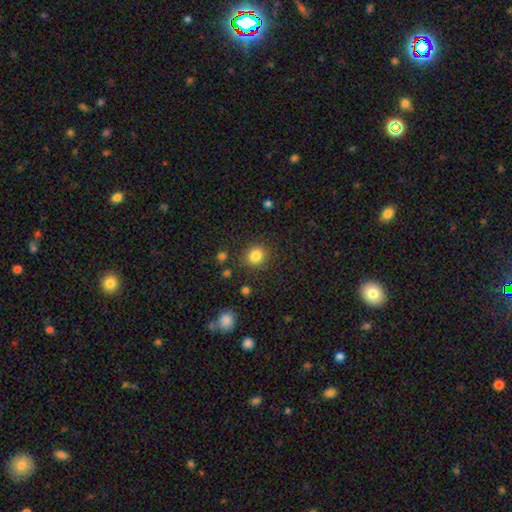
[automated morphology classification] smooth_or_featured: smooth (p=0.84) [alt: star or artifact p=0.11]
how_rounded: round (p=0.87) [alt: in between p=0.12]
merging: none (p=0.85) [alt: minor disturbance p=0.09]